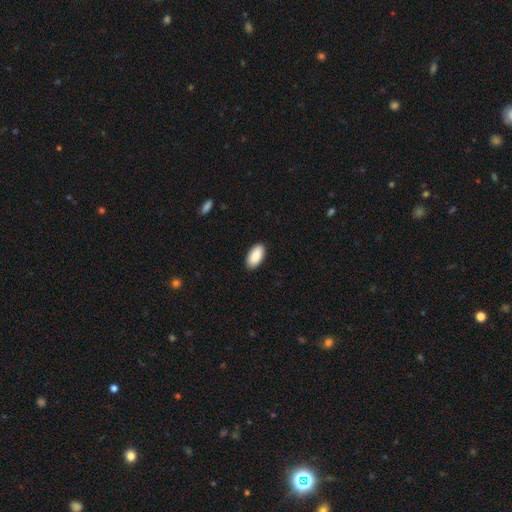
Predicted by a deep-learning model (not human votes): Q: Smooth or featured?
A: smooth (91%); runner-up: star or artifact (6%)
Q: How rounded?
A: in between (95%); runner-up: cigar-shaped (3%)
Q: Merging?
A: none (89%); runner-up: minor disturbance (8%)